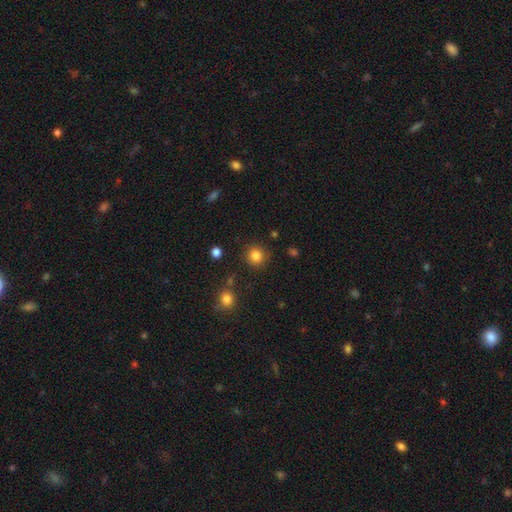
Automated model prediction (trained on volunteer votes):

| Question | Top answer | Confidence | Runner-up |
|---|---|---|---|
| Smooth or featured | smooth | 84% | star or artifact (11%) |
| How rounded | round | 91% | in between (8%) |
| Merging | none | 88% | minor disturbance (7%) |